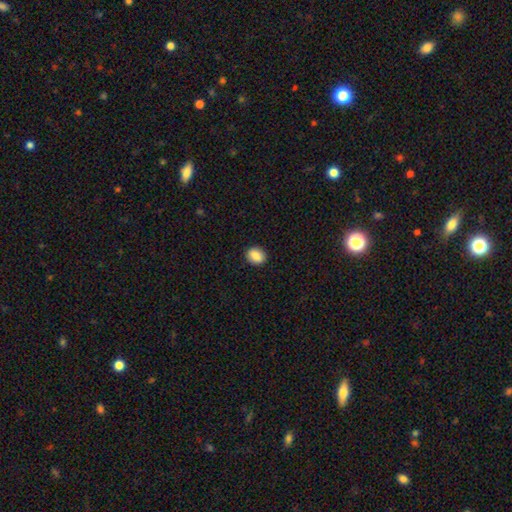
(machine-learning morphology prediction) type=smooth (87%); roundness=in between (50%); merging=none (90%).